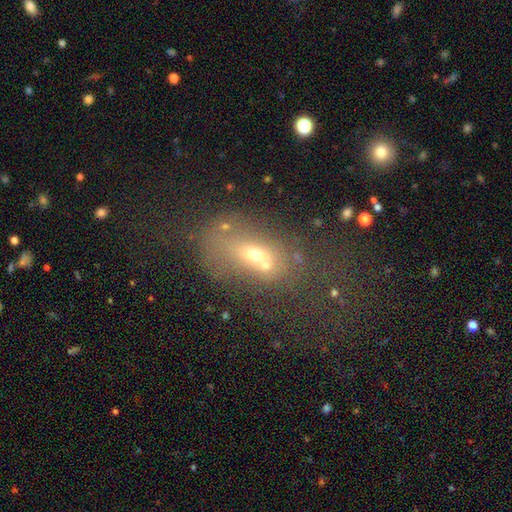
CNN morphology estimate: Smooth or featured? Predicted: smooth (p=0.49). Merging? Predicted: merger (p=0.40).